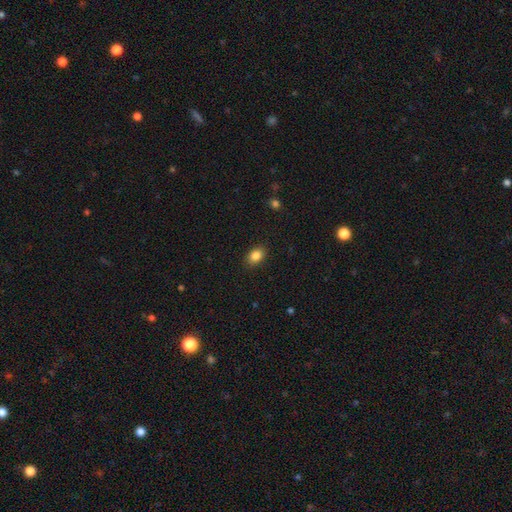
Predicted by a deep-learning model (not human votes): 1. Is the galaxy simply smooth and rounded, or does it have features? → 86% smooth, 9% star or artifact, 5% featured or disk.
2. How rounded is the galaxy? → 78% in between, 21% round, 1% cigar-shaped.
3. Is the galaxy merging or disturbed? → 87% none, 9% minor disturbance, 2% major disturbance, 1% merger.